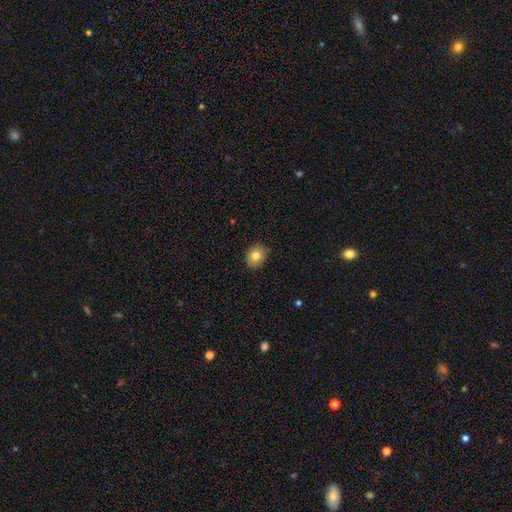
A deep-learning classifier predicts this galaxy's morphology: type=smooth (80%); roundness=round (64%); merging=none (87%).